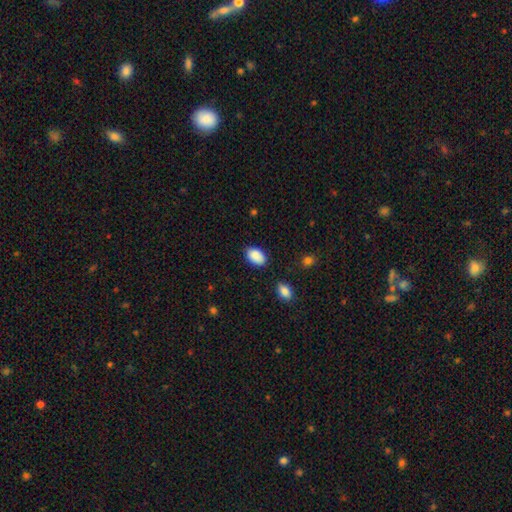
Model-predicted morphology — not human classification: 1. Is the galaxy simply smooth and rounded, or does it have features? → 89% smooth, 7% star or artifact, 4% featured or disk.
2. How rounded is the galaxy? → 90% in between, 9% round, 1% cigar-shaped.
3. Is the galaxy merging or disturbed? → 79% none, 15% minor disturbance, 3% major disturbance, 2% merger.